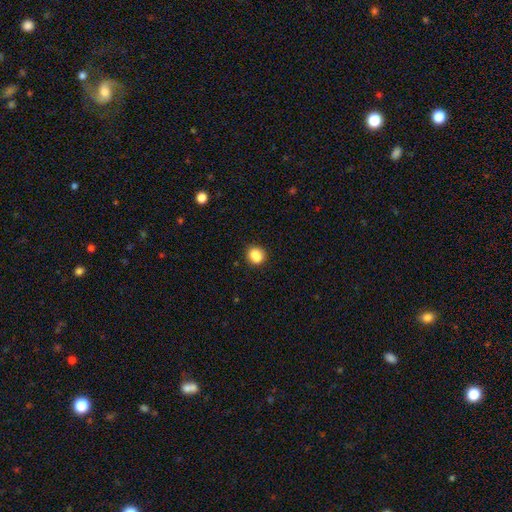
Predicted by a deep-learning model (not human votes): Smooth or featured? smooth (85%)
How rounded? round (72%)
Merging? none (76%)